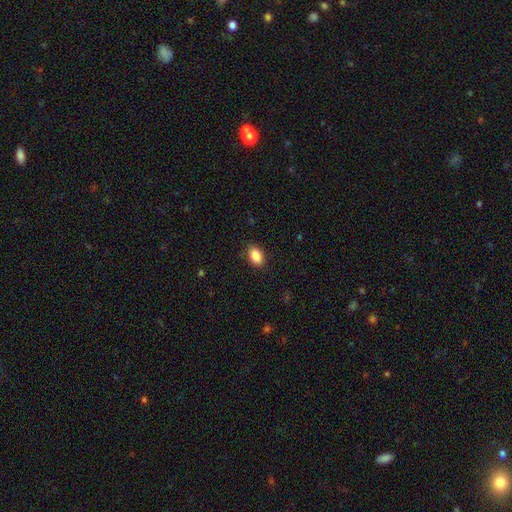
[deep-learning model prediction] smooth 88%, star or artifact 8%, featured or disk 4%. Down the decision tree: how rounded — in between (88%); merging — none (87%).